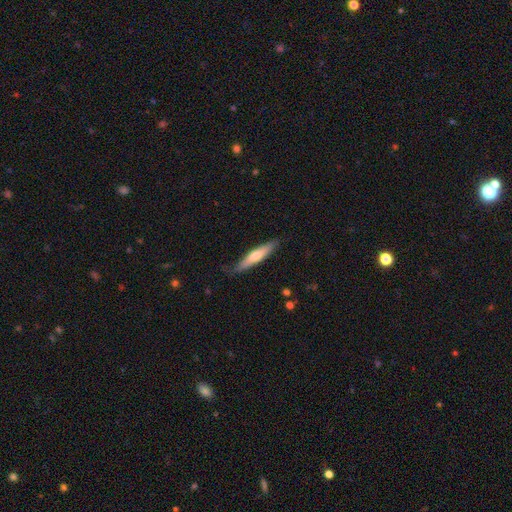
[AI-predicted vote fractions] A smooth galaxy with no disk features (58%) that is cigar-shaped (86%). Merging: none (76%).